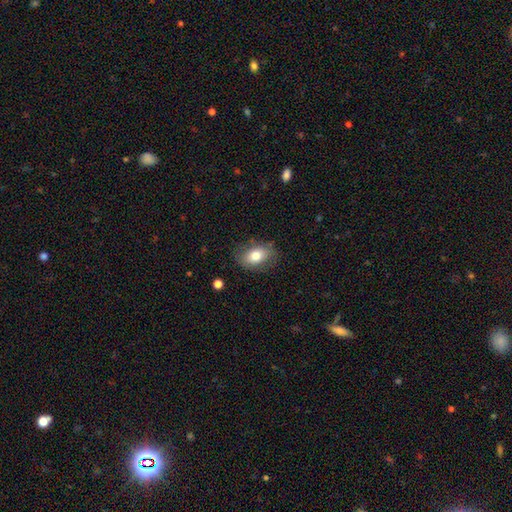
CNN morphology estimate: A smooth galaxy with no disk features (76%) that is in between round and cigar-shaped (82%).

Vote fractions:
- Smooth or featured? smooth: 76% / featured or disk: 16% / star or artifact: 8%
- How rounded? in between: 82% / round: 16% / cigar-shaped: 2%
- Merging? none: 79% / minor disturbance: 15% / major disturbance: 4% / merger: 1%